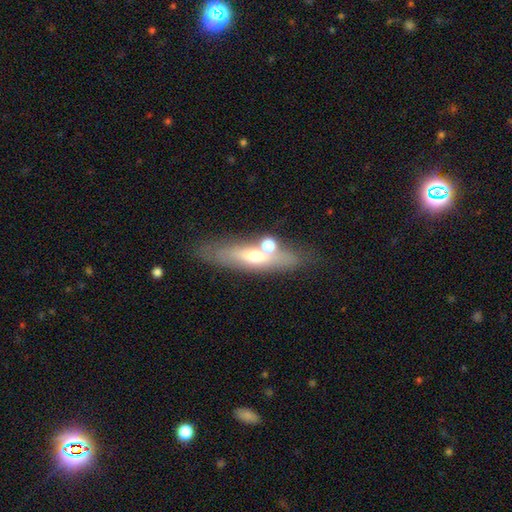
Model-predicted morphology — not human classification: A smooth galaxy with no disk features (45%, tied with featured or disk). Merging: none (64%).